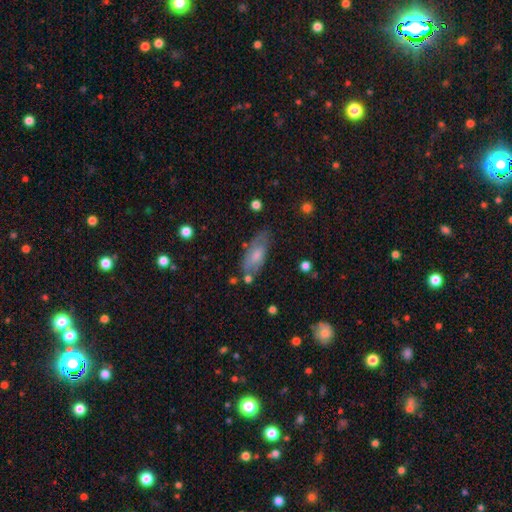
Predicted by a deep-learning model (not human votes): Smooth or featured?
  - smooth: 65% *
  - featured or disk: 29%
  - star or artifact: 7%
How rounded?
  - in between: 78% *
  - cigar-shaped: 19%
  - round: 2%
Merging?
  - none: 66% *
  - minor disturbance: 22%
  - major disturbance: 6%
  - merger: 5%